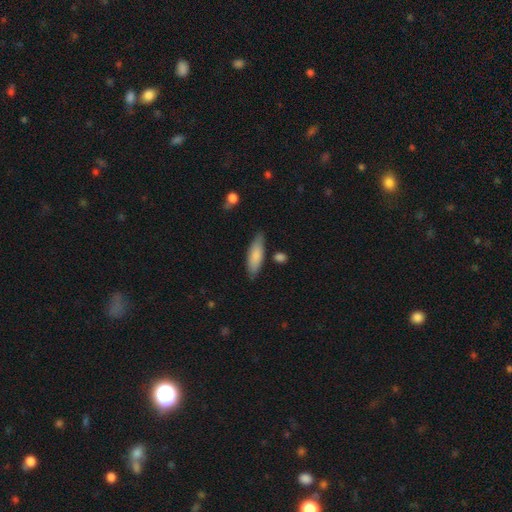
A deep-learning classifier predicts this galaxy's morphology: smooth-or-featured: smooth: 83% | featured or disk: 12% | star or artifact: 5%
  how-rounded: in between: 59% | cigar-shaped: 40% | round: 2%
  merging: none: 77% | minor disturbance: 17% | merger: 4% | major disturbance: 3%